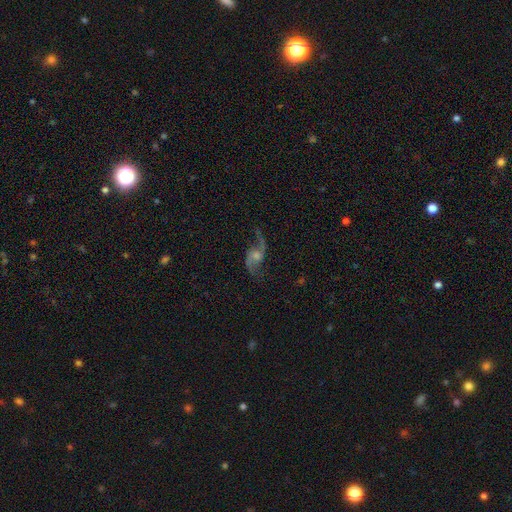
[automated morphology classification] This appears to be a featured or disk galaxy (86%) with no bar (61%), 2 (93%) loose (79%) spiral arms (96%) and a moderate central bulge (48%). Merging: none (74%).